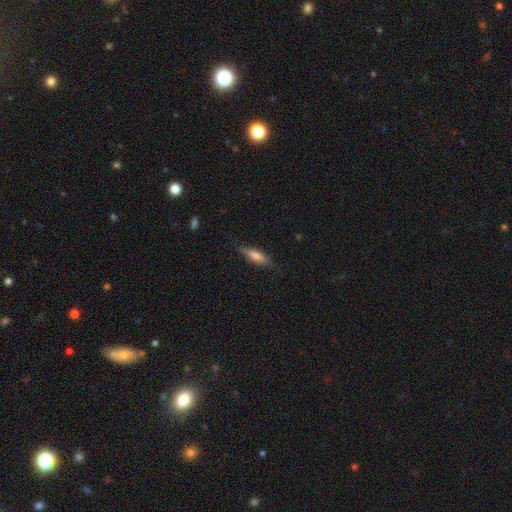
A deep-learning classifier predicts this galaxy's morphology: This appears to be a smooth galaxy with no disk features (65%) that is cigar-shaped (63%). Merging: none (83%).